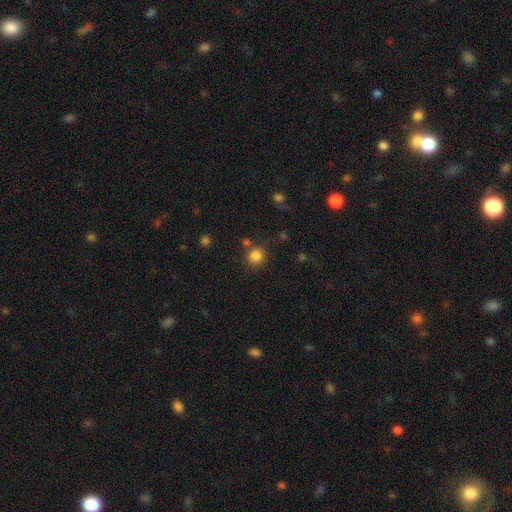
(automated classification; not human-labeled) Overall: smooth (84%). How rounded: round (90%). Merging: none (78%).